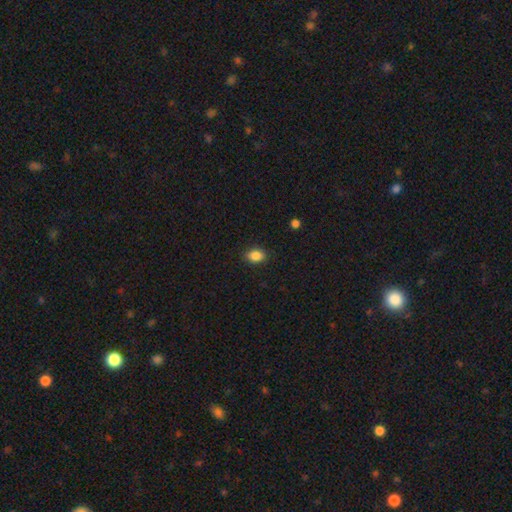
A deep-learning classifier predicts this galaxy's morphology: A smooth galaxy with no disk features (86%) that is in between round and cigar-shaped (74%).

Vote fractions:
- Smooth or featured? smooth: 86% / star or artifact: 9% / featured or disk: 4%
- How rounded? in between: 74% / round: 25% / cigar-shaped: 1%
- Merging? none: 87% / minor disturbance: 10% / major disturbance: 2% / merger: 1%